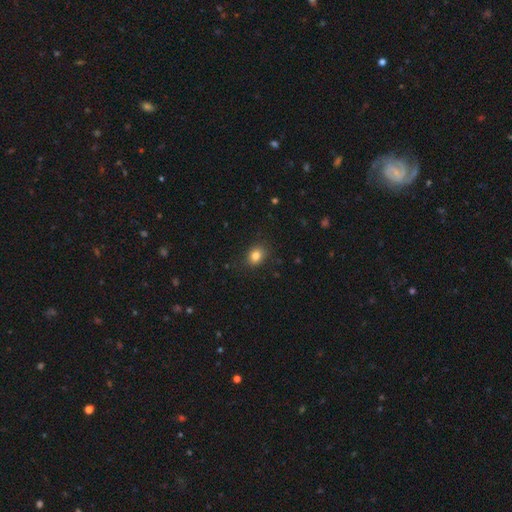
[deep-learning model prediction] This appears to be a smooth galaxy with no disk features (82%) that is in between round and cigar-shaped (53%). Merging: none (86%).